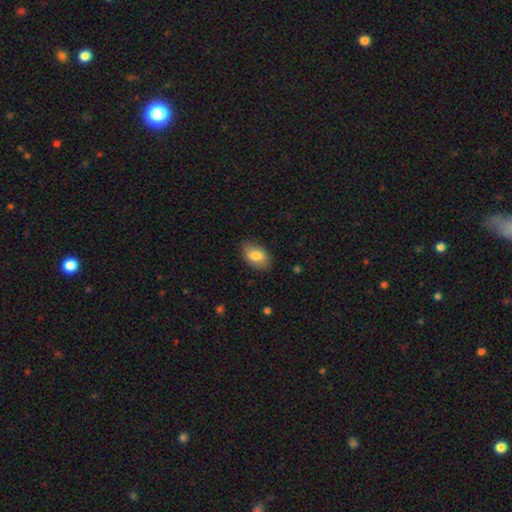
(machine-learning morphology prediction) Smooth or featured? Predicted: smooth (p=0.80). How rounded? Predicted: in between (p=0.89). Merging? Predicted: none (p=0.83).